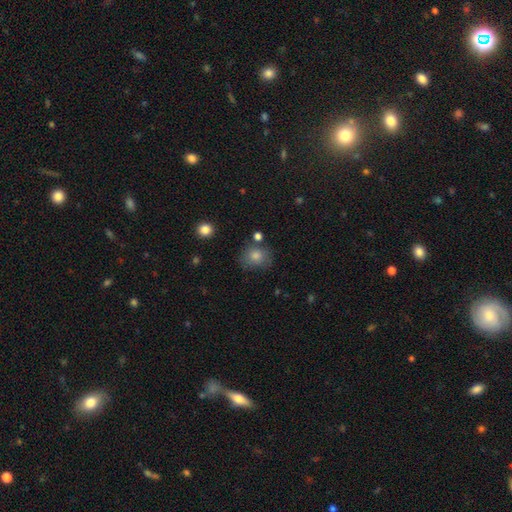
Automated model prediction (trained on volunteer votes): Q: Smooth or featured?
A: smooth (81%); runner-up: star or artifact (10%)
Q: How rounded?
A: round (70%); runner-up: in between (29%)
Q: Merging?
A: none (70%); runner-up: minor disturbance (18%)